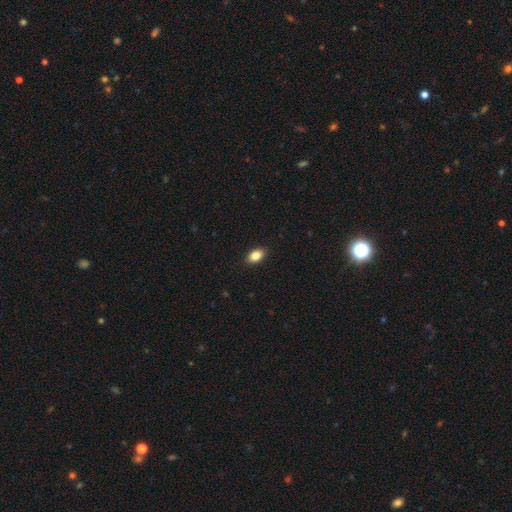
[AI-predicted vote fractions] The model was most divided on "how rounded": in between: 87%, round: 11%, cigar-shaped: 2%. More confident: merging — none (90%); smooth or featured — smooth (85%).